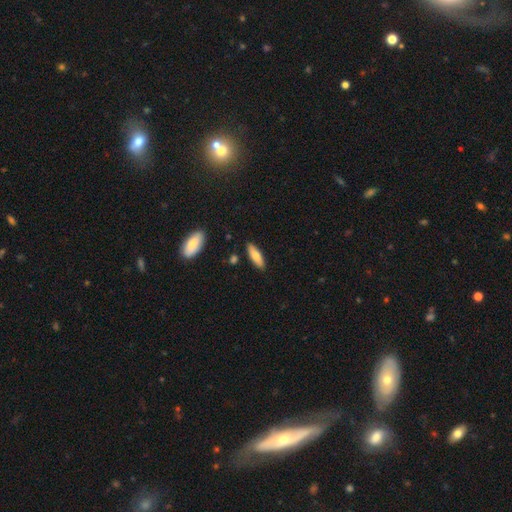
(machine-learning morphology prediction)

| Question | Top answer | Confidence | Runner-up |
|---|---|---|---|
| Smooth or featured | smooth | 78% | featured or disk (16%) |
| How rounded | in between | 52% | cigar-shaped (47%) |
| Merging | none | 86% | minor disturbance (9%) |